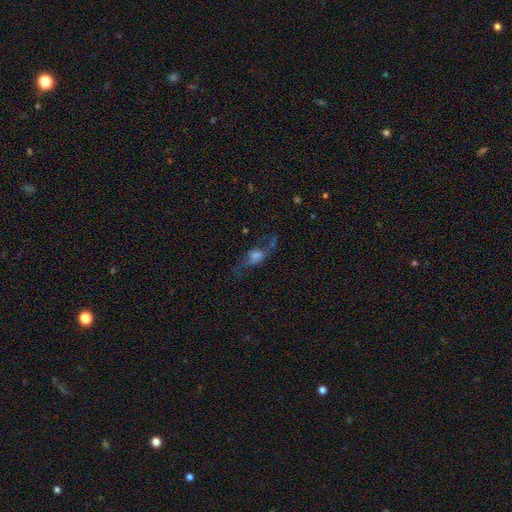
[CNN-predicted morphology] type=featured or disk (53%); edge-on=no (65%); merging=none (54%).